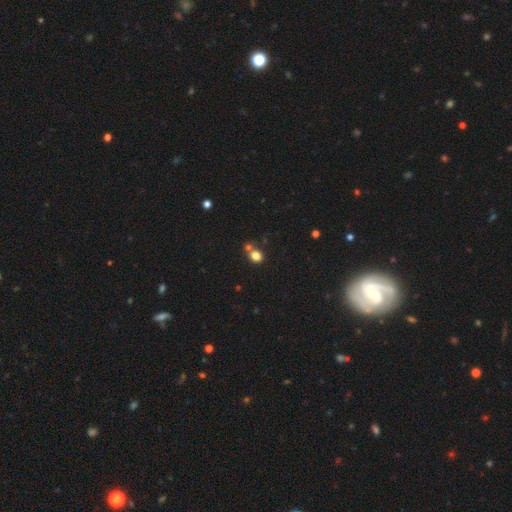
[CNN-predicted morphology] smooth_or_featured: smooth (p=0.80) [alt: star or artifact p=0.13]
how_rounded: round (p=0.67) [alt: in between p=0.32]
merging: none (p=0.58) [alt: merger p=0.28]